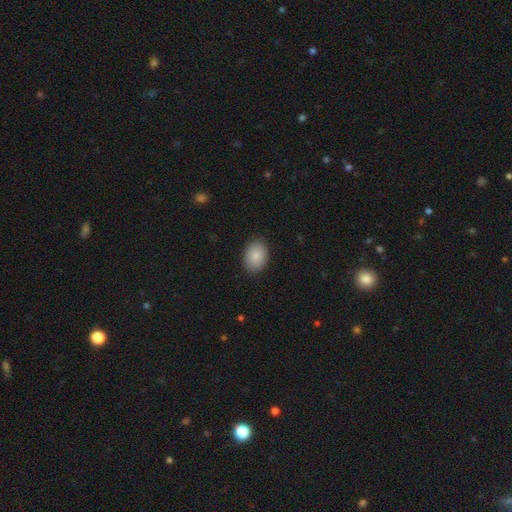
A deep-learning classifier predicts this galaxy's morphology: Smooth or featured?
  - smooth: 86% *
  - star or artifact: 7%
  - featured or disk: 7%
How rounded?
  - in between: 79% *
  - round: 20%
  - cigar-shaped: 1%
Merging?
  - none: 88% *
  - minor disturbance: 9%
  - major disturbance: 2%
  - merger: 1%